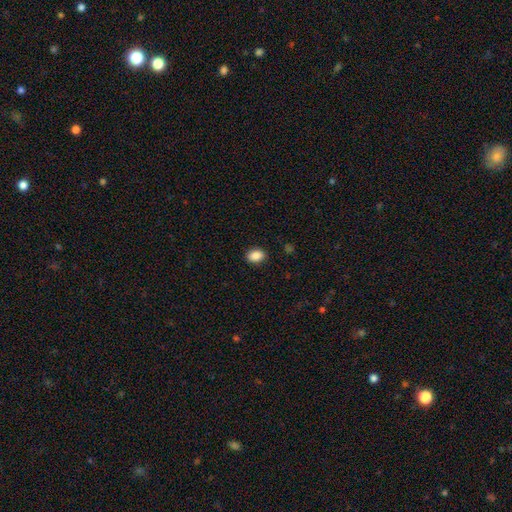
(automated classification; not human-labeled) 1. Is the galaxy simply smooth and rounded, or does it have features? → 87% smooth, 8% star or artifact, 5% featured or disk.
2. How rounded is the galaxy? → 76% in between, 23% round, 1% cigar-shaped.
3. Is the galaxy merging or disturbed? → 89% none, 8% minor disturbance, 2% major disturbance, 1% merger.